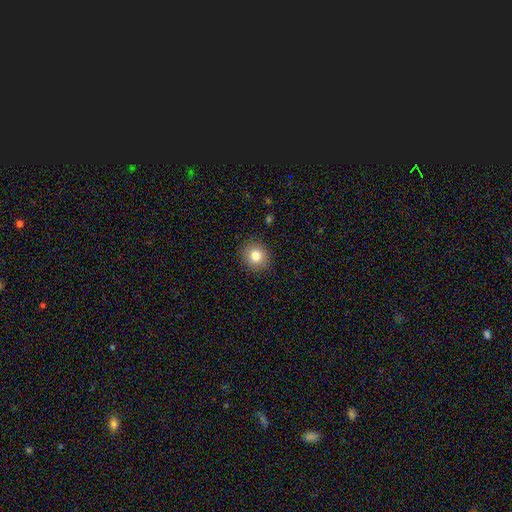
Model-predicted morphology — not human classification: Q: Smooth or featured?
A: smooth (81%); runner-up: star or artifact (11%)
Q: How rounded?
A: round (87%); runner-up: in between (12%)
Q: Merging?
A: none (90%); runner-up: minor disturbance (7%)